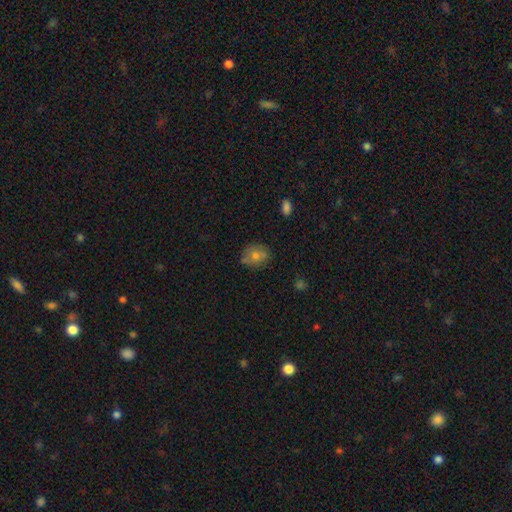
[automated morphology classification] Smooth or featured: smooth — 69% (featured or disk — 19%)
How rounded: round — 66% (in between — 32%)
Merging: none — 75% (minor disturbance — 17%)